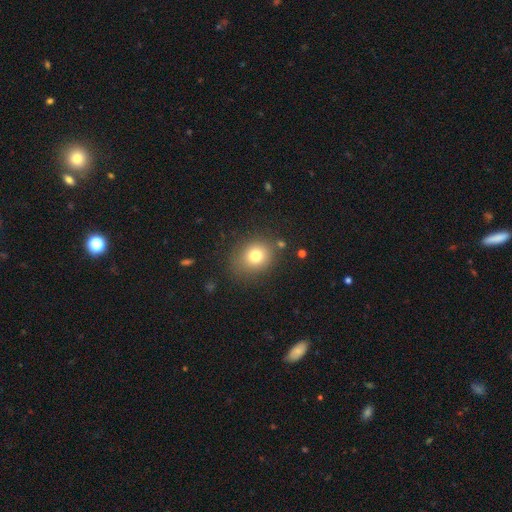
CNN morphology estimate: Smooth or featured?
  - smooth: 77% *
  - star or artifact: 13%
  - featured or disk: 11%
How rounded?
  - round: 68% *
  - in between: 32%
  - cigar-shaped: 1%
Merging?
  - none: 80% *
  - minor disturbance: 12%
  - major disturbance: 5%
  - merger: 3%